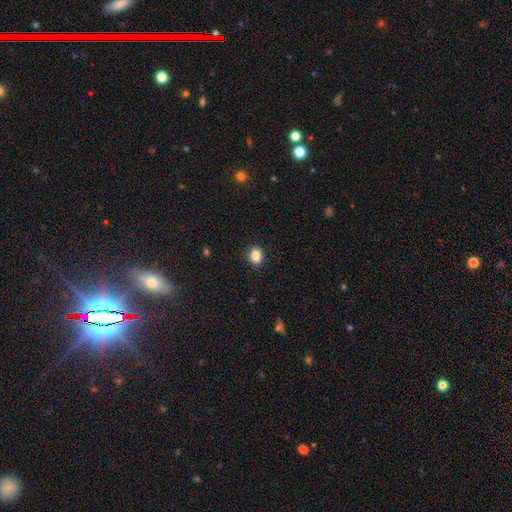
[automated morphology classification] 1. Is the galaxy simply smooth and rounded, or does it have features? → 86% smooth, 9% star or artifact, 4% featured or disk.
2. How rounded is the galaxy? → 53% in between, 46% round, 1% cigar-shaped.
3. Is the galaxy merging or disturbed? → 90% none, 7% minor disturbance, 2% major disturbance, 1% merger.